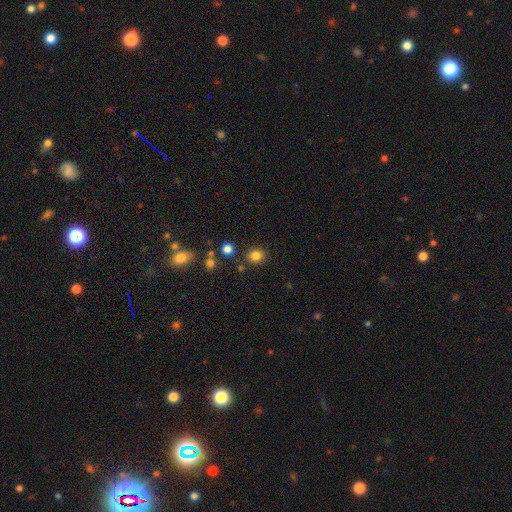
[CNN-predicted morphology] Smooth or featured? smooth (83%)
How rounded? round (78%)
Merging? none (84%)